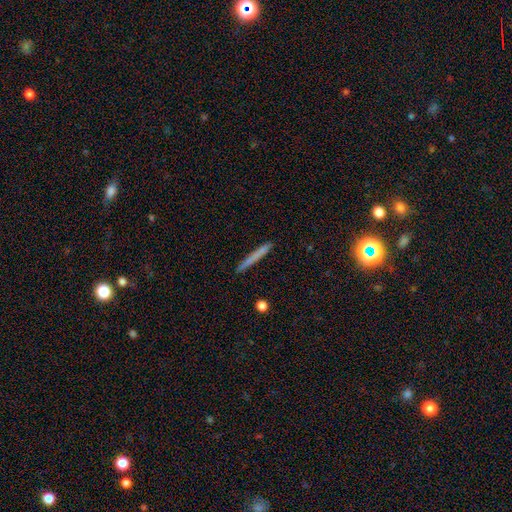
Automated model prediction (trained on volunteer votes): smooth-or-featured: smooth: 68% | featured or disk: 25% | star or artifact: 7%
  how-rounded: cigar-shaped: 97% | in between: 2% | round: 1%
  merging: none: 90% | minor disturbance: 7% | major disturbance: 1% | merger: 1%